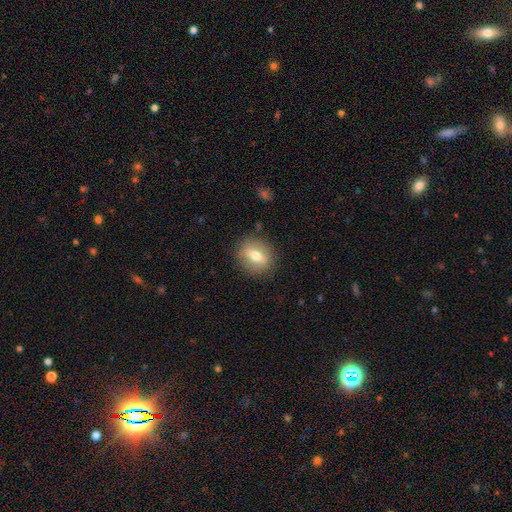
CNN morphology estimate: smooth_or_featured: smooth (p=0.57) [alt: featured or disk p=0.35]
how_rounded: round (p=0.56) [alt: in between p=0.41]
merging: none (p=0.86) [alt: minor disturbance p=0.10]